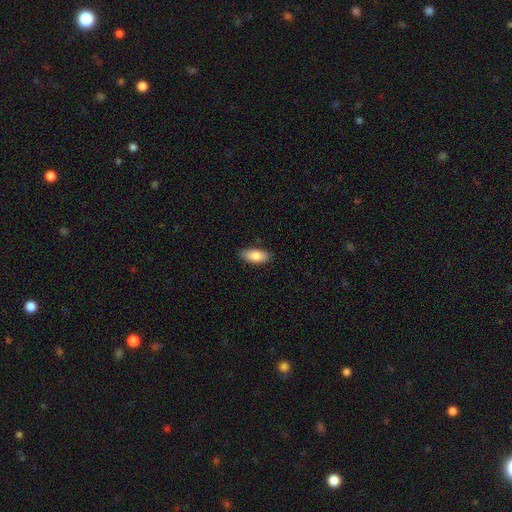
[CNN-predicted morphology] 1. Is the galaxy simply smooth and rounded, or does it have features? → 85% smooth, 8% featured or disk, 6% star or artifact.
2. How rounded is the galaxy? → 89% in between, 9% cigar-shaped, 2% round.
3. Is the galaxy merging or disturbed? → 85% none, 12% minor disturbance, 2% major disturbance, 1% merger.